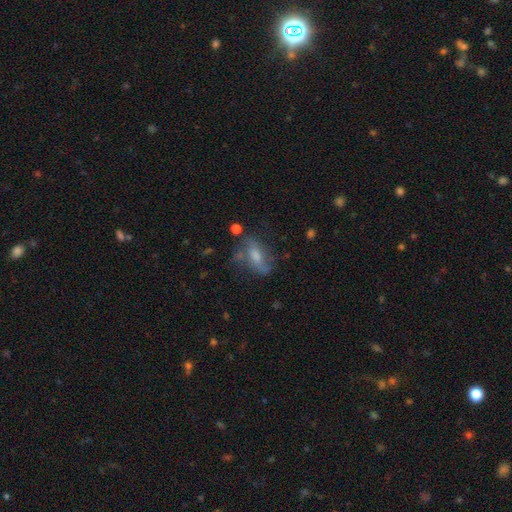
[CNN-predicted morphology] type=featured or disk (45%); merging=none (57%).